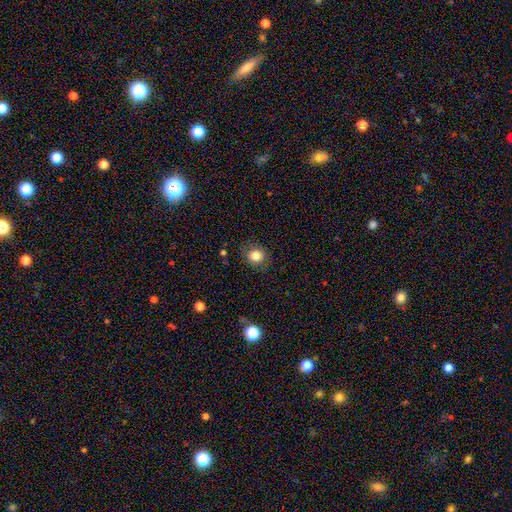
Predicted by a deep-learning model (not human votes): A smooth galaxy with no disk features (82%) that is round (76%). Merging: none (84%).